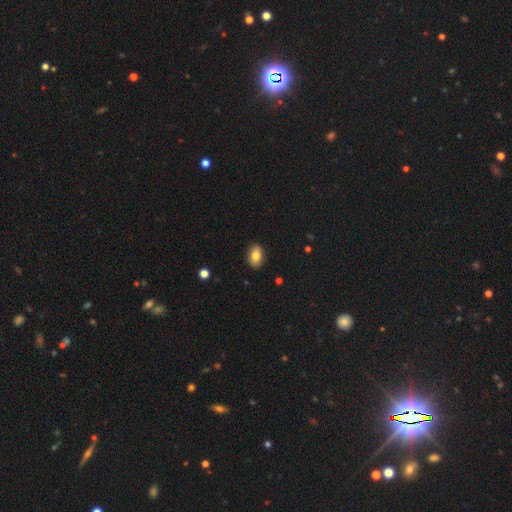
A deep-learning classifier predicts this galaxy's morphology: This appears to be a smooth galaxy with no disk features (81%) that is in between round and cigar-shaped (87%). Merging: none (89%).